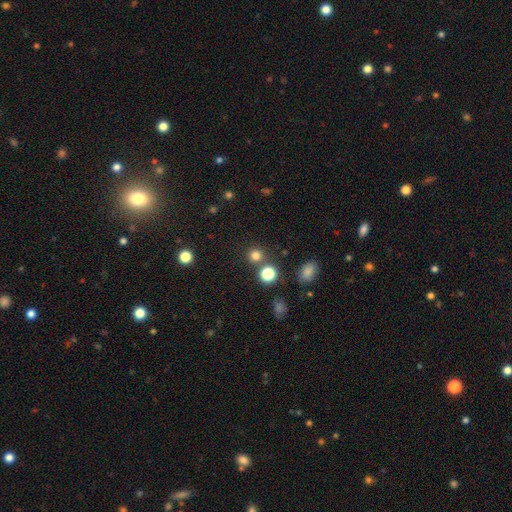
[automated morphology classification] Smooth or featured? smooth (76%)
How rounded? round (92%)
Merging? none (79%)